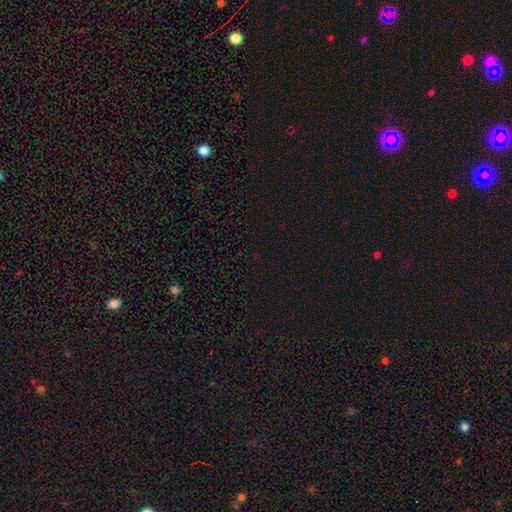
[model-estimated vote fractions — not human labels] A star or artifact, not a galaxy (69%).